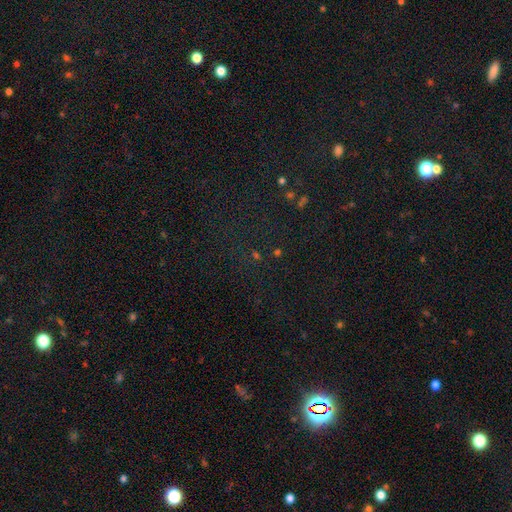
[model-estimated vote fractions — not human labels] smooth-or-featured: star or artifact: 68% | smooth: 23% | featured or disk: 9%